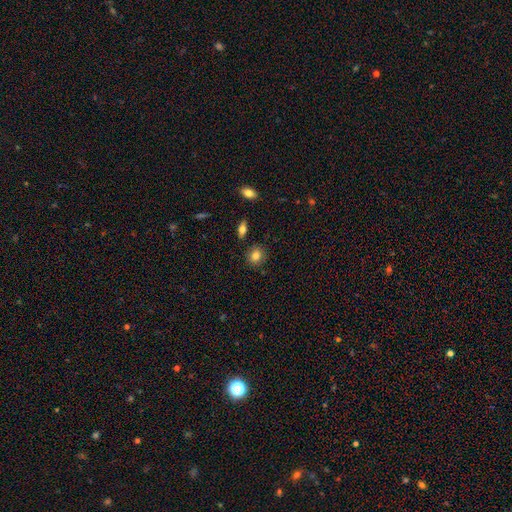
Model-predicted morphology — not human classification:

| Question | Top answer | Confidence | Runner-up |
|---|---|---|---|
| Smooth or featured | smooth | 82% | star or artifact (9%) |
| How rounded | round | 75% | in between (24%) |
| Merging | none | 87% | minor disturbance (8%) |